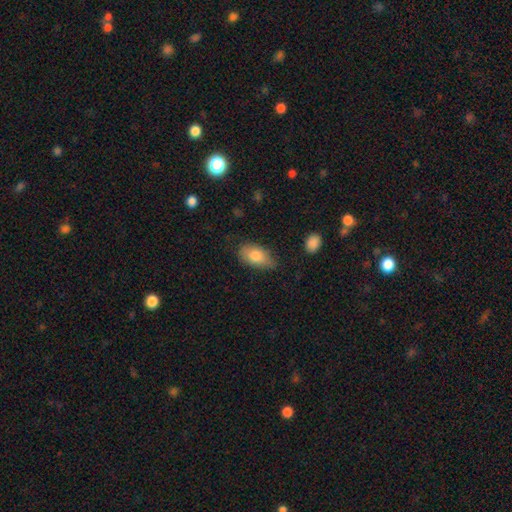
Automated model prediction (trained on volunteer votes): This appears to be a smooth galaxy with no disk features (81%) that is in between round and cigar-shaped (92%). Merging: none (66%).